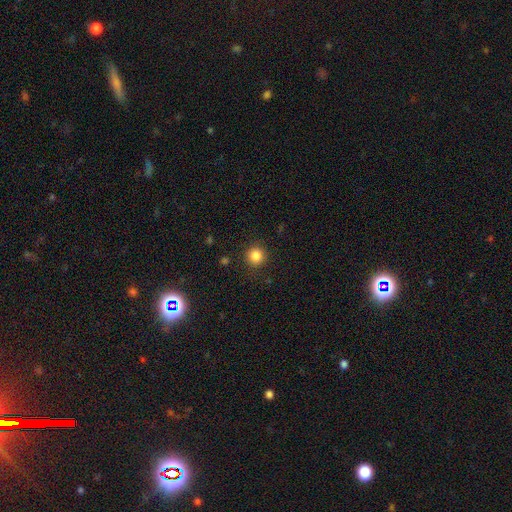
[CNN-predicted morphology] A smooth galaxy with no disk features (84%) that is round (93%). Merging: none (90%).